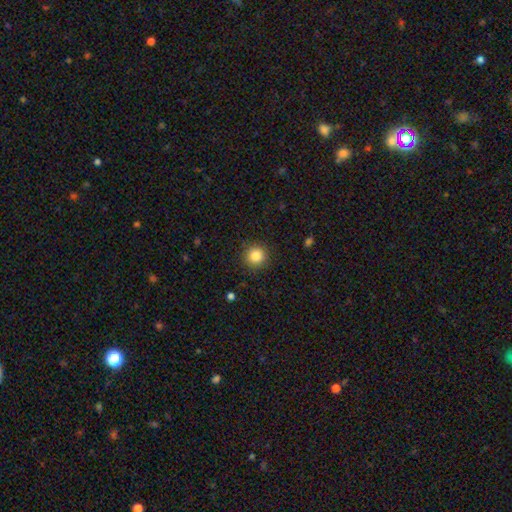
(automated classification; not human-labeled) This is clearly a smooth galaxy (85%). How rounded: clearly round (95%). Merging: clearly none (90%).